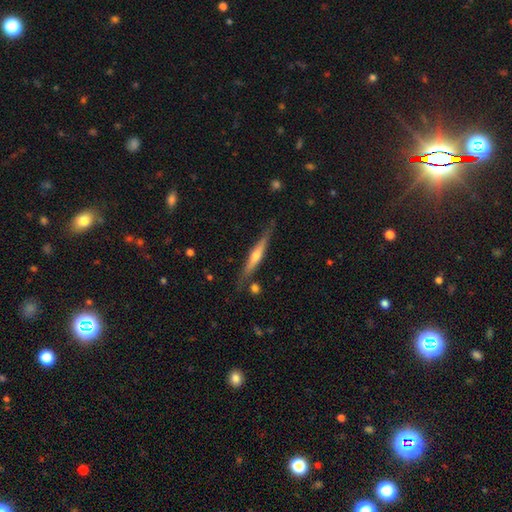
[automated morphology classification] This appears to be a featured or disk galaxy (66%) viewed edge-on (96%) with a rounded central bulge (82%). Merging: none (80%).